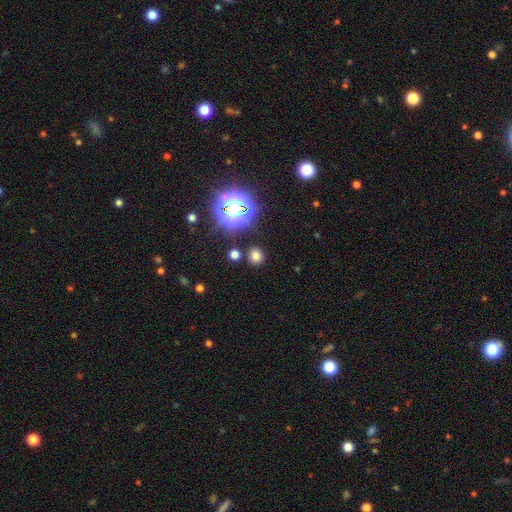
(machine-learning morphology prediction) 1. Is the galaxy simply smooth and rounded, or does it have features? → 70% smooth, 24% star or artifact, 6% featured or disk.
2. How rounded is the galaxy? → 78% round, 21% in between, 1% cigar-shaped.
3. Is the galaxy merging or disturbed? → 85% none, 8% minor disturbance, 4% merger, 3% major disturbance.